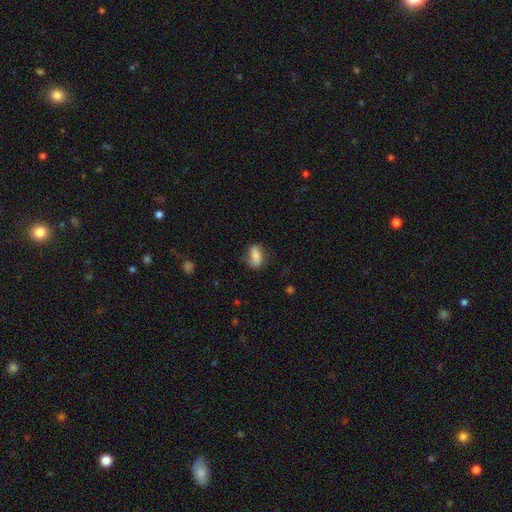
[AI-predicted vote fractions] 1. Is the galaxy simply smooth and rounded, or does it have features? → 76% smooth, 17% featured or disk, 8% star or artifact.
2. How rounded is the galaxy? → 85% in between, 9% round, 6% cigar-shaped.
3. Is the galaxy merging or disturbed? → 66% none, 24% minor disturbance, 8% major disturbance, 2% merger.